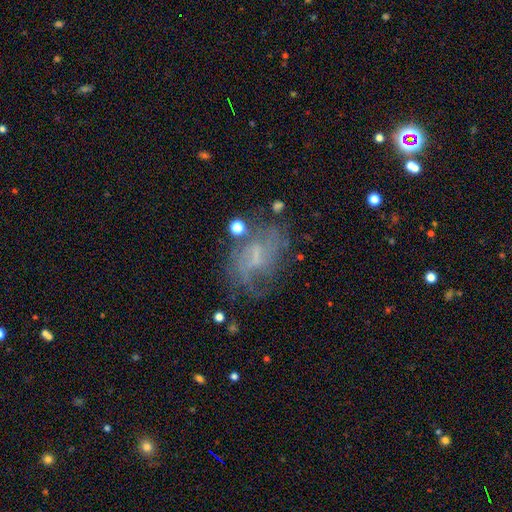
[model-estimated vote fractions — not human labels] A featured or disk galaxy (62%) with a weak bar (44%, tied with no), spiral arms (69%) and a small central bulge (40%).

Vote fractions:
- Smooth or featured? featured or disk: 62% / smooth: 23% / star or artifact: 15%
- Edge-on disk? no: 95% / yes: 5%
- Bar? weak: 44% (tied) / no: 44% (tied) / strong: 12%
- Spiral arms? yes: 69% / no: 31%
- Bulge size? small: 40% / none: 39% / moderate: 18% / large: 2% / dominant: 1%
- Merging? none: 56% / minor disturbance: 21% / major disturbance: 18% / merger: 5%